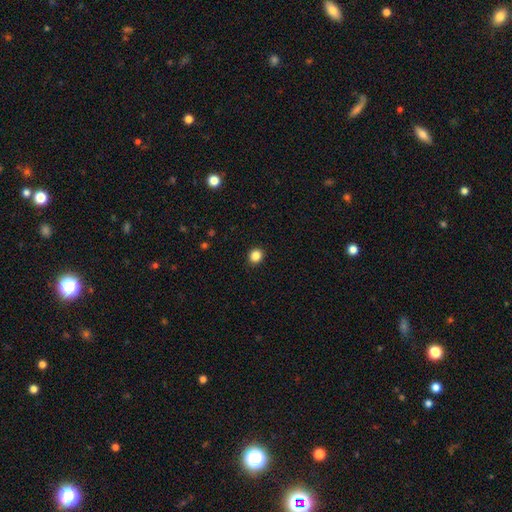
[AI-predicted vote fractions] Smooth or featured? smooth (86%)
How rounded? round (89%)
Merging? none (92%)